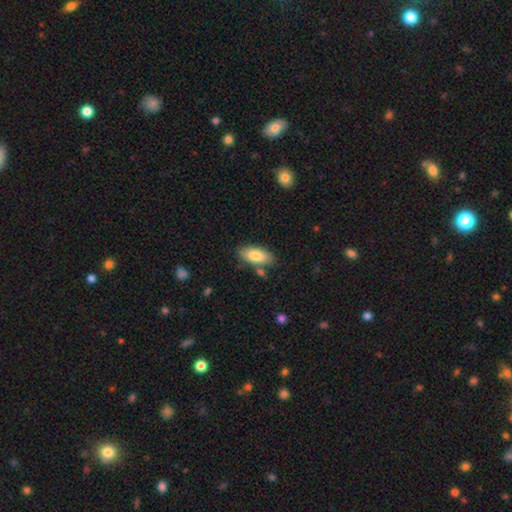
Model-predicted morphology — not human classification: Q: Smooth or featured?
A: smooth (82%); runner-up: featured or disk (12%)
Q: How rounded?
A: in between (89%); runner-up: cigar-shaped (9%)
Q: Merging?
A: none (76%); runner-up: minor disturbance (14%)